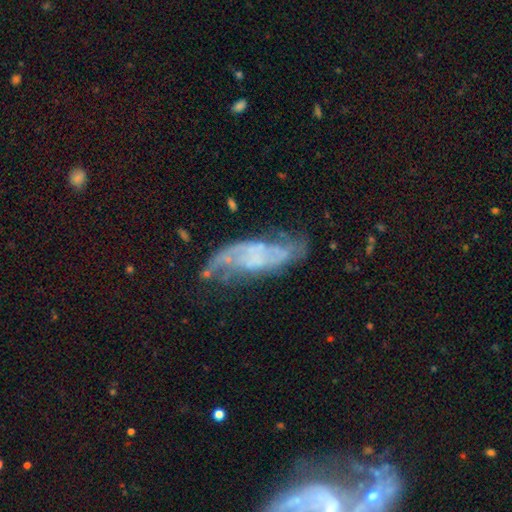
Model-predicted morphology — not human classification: A featured or disk galaxy (72%) with no bar (66%), spiral arms (74%) and no central bulge (59%).

Vote fractions:
- Smooth or featured? featured or disk: 72% / smooth: 19% / star or artifact: 9%
- Edge-on disk? no: 87% / yes: 13%
- Bar? no: 66% / weak: 26% / strong: 8%
- Spiral arms? yes: 74% / no: 26%
- Bulge size? none: 59% / small: 27% / moderate: 10% / large: 2% / dominant: 1%
- Merging? none: 49% / minor disturbance: 25% / major disturbance: 21% / merger: 5%